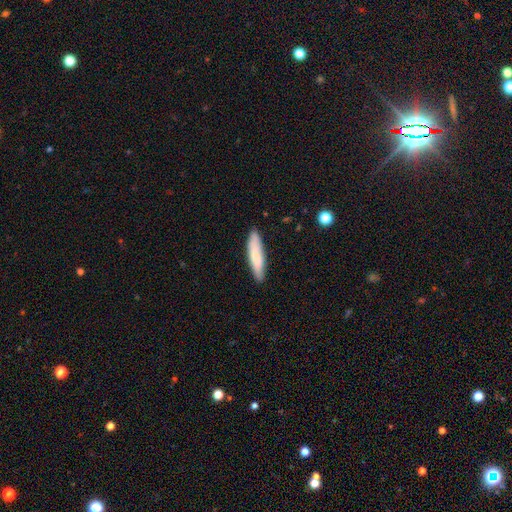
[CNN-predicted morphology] This is likely a smooth galaxy (76%). How rounded: likely cigar-shaped (78%). Merging: clearly none (87%).